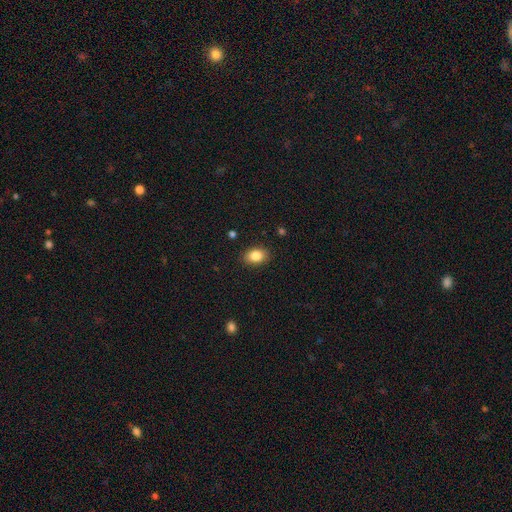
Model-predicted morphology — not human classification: The model was most divided on "how rounded": in between: 80%, round: 19%, cigar-shaped: 1%. More confident: merging — none (88%); smooth or featured — smooth (85%).